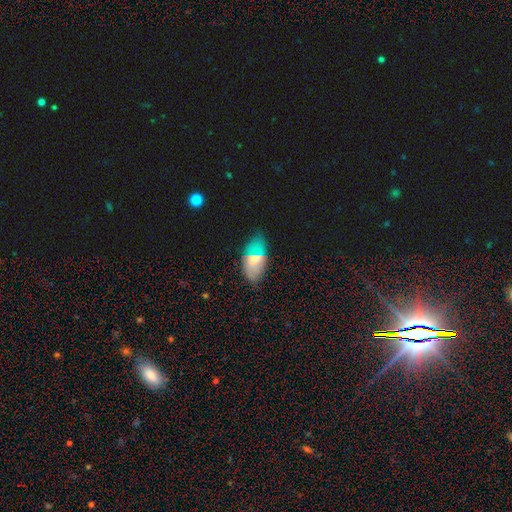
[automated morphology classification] The model was most divided on "smooth or featured": smooth: 58%, featured or disk: 26%, star or artifact: 17%. More confident: how rounded — in between (89%); merging — none (75%).